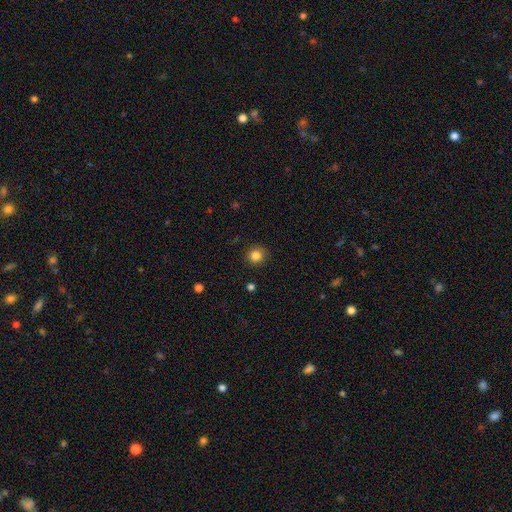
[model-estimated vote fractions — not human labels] A smooth galaxy with no disk features (84%) that is round (91%). Merging: none (89%).